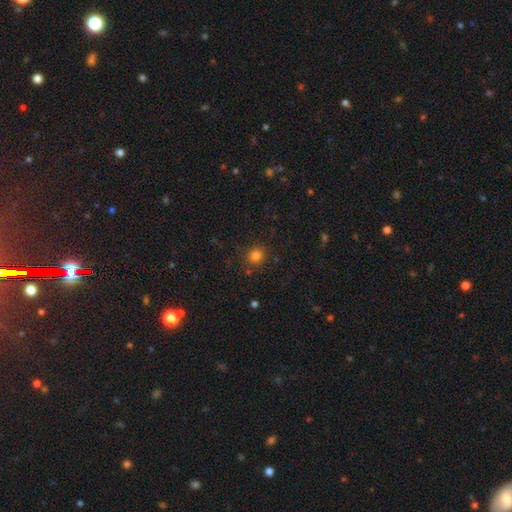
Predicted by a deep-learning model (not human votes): smooth_or_featured: smooth (p=0.80) [alt: star or artifact p=0.15]
how_rounded: round (p=0.83) [alt: in between p=0.17]
merging: none (p=0.85) [alt: minor disturbance p=0.09]